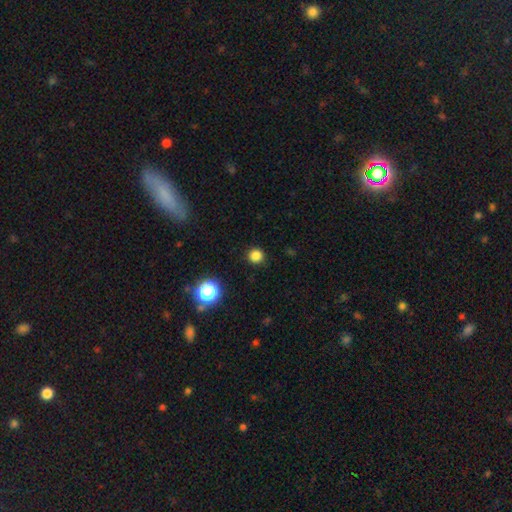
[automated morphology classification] Smooth or featured? Predicted: smooth (p=0.82). How rounded? Predicted: round (p=0.95). Merging? Predicted: none (p=0.92).